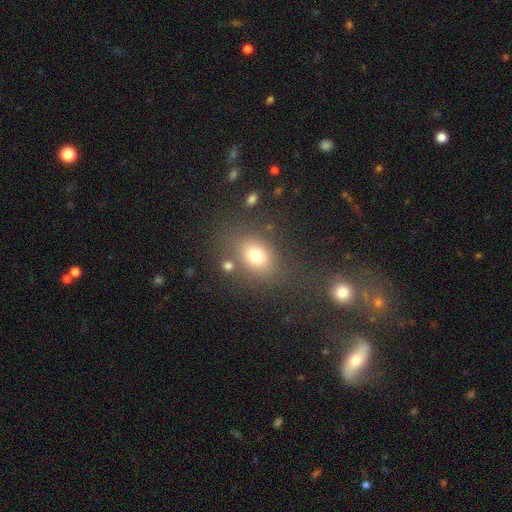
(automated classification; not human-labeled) The model was most divided on "how rounded": in between: 61%, round: 38%, cigar-shaped: 2%. More confident: smooth or featured — smooth (75%); merging — none (70%).